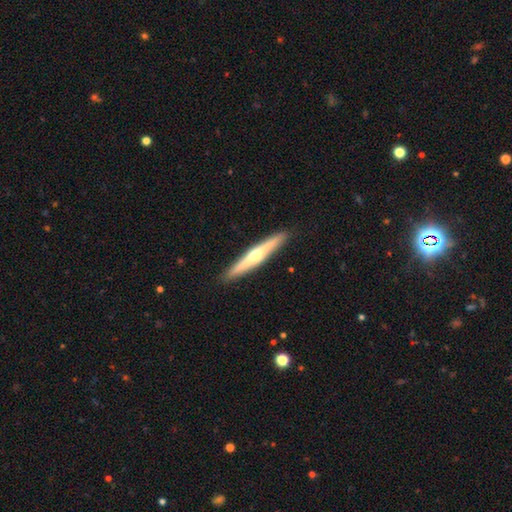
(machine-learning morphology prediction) Q: Smooth or featured?
A: featured or disk (64%); runner-up: smooth (31%)
Q: Edge-on disk?
A: yes (96%); runner-up: no (4%)
Q: Edge-on bulge?
A: rounded (88%); runner-up: none (9%)
Q: Merging?
A: none (91%); runner-up: minor disturbance (6%)